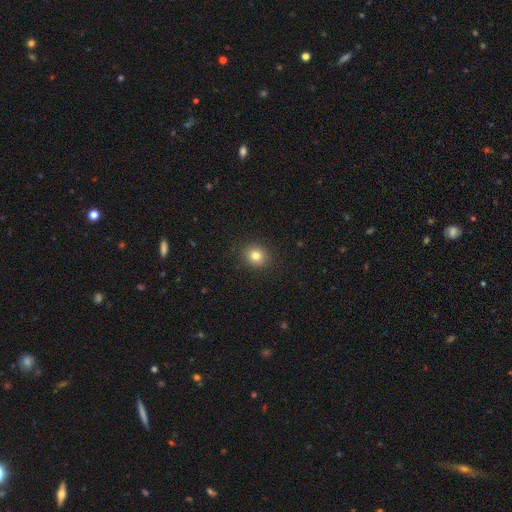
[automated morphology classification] This appears to be a smooth galaxy with no disk features (80%) that is round (80%). Merging: none (90%).